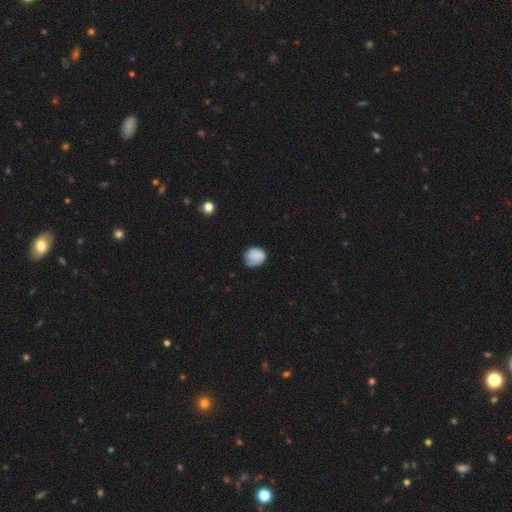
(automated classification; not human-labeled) Smooth or featured? smooth (75%)
How rounded? round (66%)
Merging? none (57%)